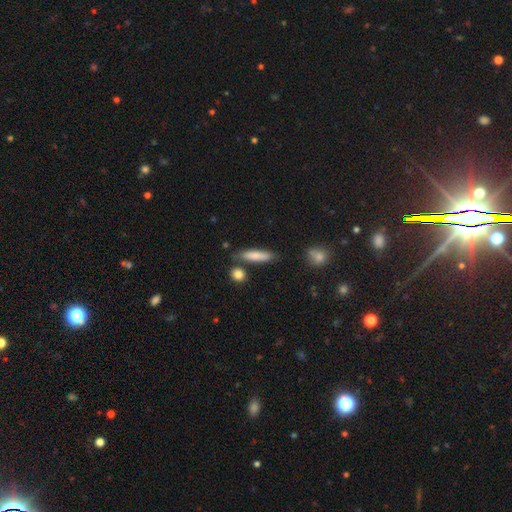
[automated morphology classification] Overall: smooth (77%). How rounded: cigar-shaped (75%). Merging: none (75%).